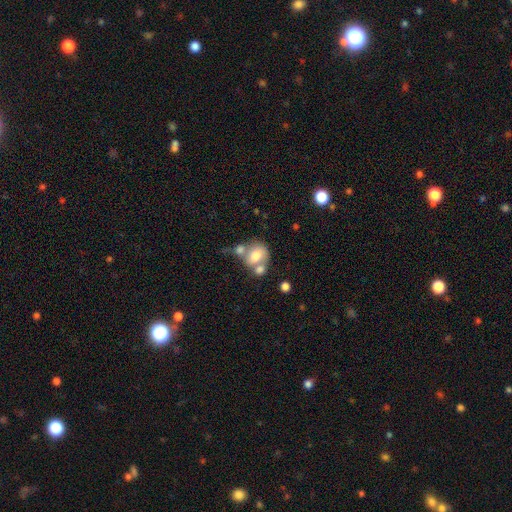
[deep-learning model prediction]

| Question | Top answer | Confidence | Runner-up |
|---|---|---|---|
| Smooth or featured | smooth | 67% | featured or disk (24%) |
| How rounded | round | 56% | in between (43%) |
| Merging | merger | 51% | none (30%) |